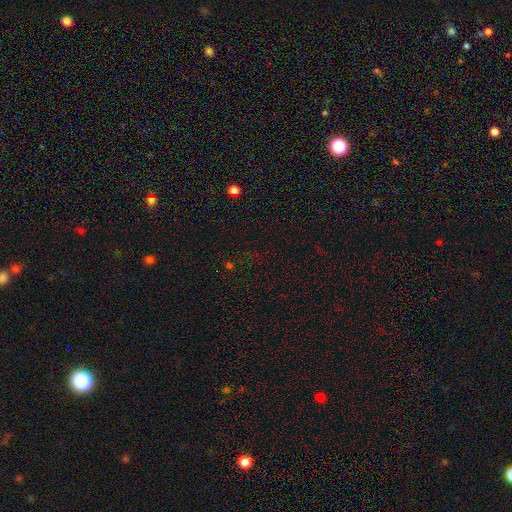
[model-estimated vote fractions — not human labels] Q: Smooth or featured?
A: star or artifact (66%); runner-up: smooth (27%)